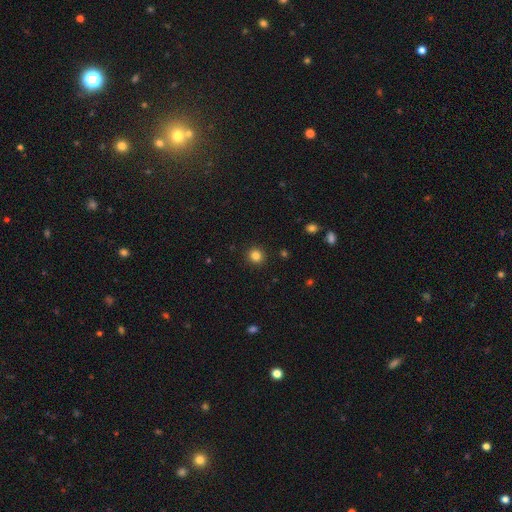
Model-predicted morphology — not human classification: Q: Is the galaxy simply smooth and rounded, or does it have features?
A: smooth — 84%.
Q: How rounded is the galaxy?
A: round — 91%.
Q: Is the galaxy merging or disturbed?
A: none — 92%.